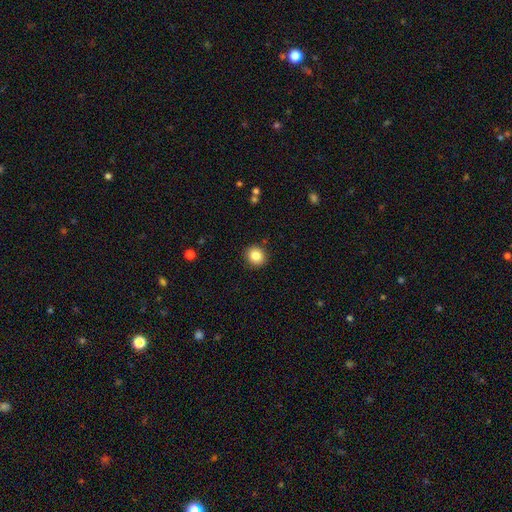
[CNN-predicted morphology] type=smooth (85%); roundness=round (87%); merging=none (91%).